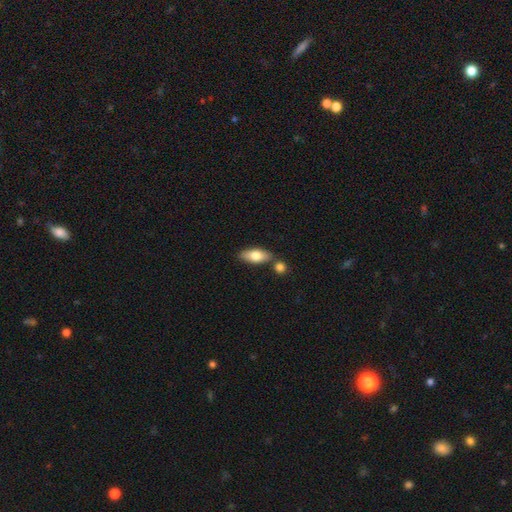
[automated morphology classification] smooth-or-featured: smooth: 74% | featured or disk: 20% | star or artifact: 6%
  how-rounded: in between: 82% | cigar-shaped: 15% | round: 3%
  merging: none: 68% | merger: 18% | minor disturbance: 11% | major disturbance: 3%